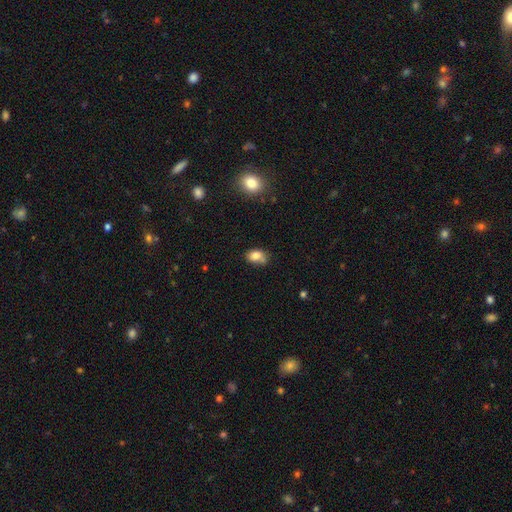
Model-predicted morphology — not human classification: The model was most divided on "merging": none: 50%, minor disturbance: 28%, merger: 14%, major disturbance: 8%. More confident: smooth or featured — smooth (80%); how rounded — in between (77%).